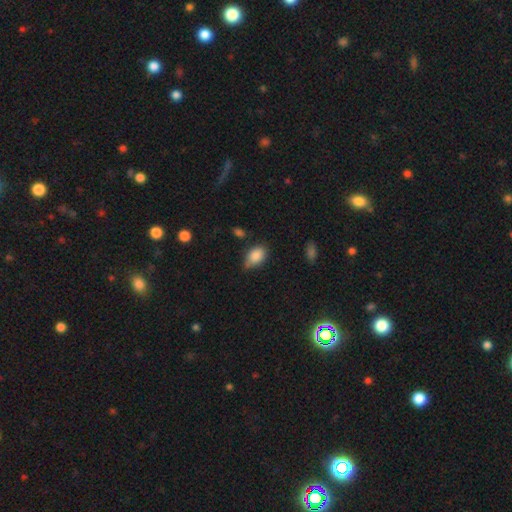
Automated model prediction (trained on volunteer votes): A smooth galaxy with no disk features (86%) that is in between round and cigar-shaped (84%). Merging: none (52%).